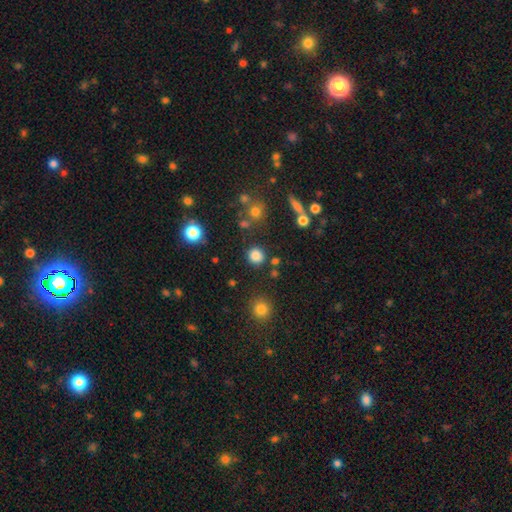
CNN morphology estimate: type=smooth (83%); roundness=round (91%); merging=none (84%).